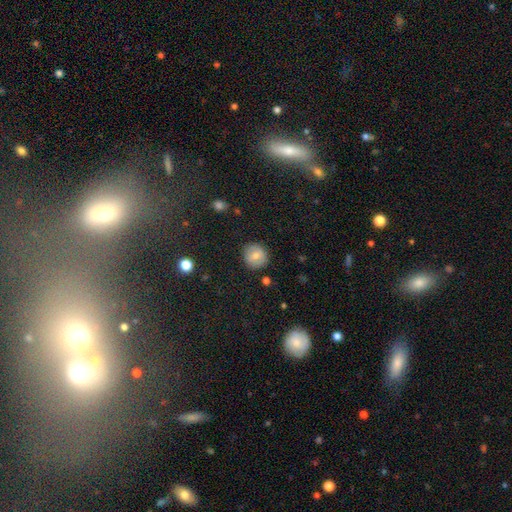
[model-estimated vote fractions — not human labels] Smooth or featured: smooth — 70% (featured or disk — 20%)
How rounded: round — 88% (in between — 11%)
Merging: none — 86% (minor disturbance — 10%)